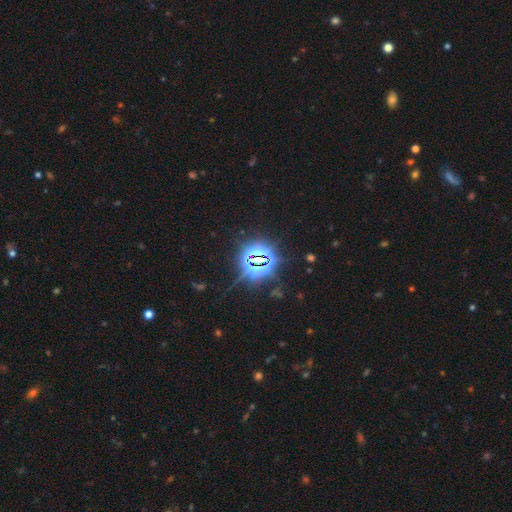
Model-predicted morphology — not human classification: star or artifact 82%, smooth 10%, featured or disk 8%.